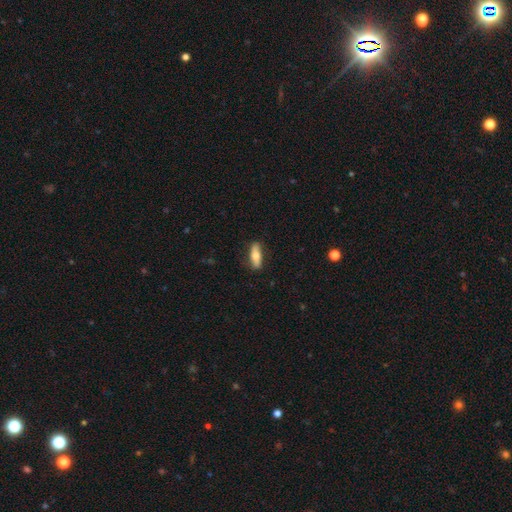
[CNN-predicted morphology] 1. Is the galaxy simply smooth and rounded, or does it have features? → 65% smooth, 29% featured or disk, 6% star or artifact.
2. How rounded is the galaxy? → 54% in between, 43% cigar-shaped, 3% round.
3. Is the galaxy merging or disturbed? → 83% none, 13% minor disturbance, 3% major disturbance, 1% merger.